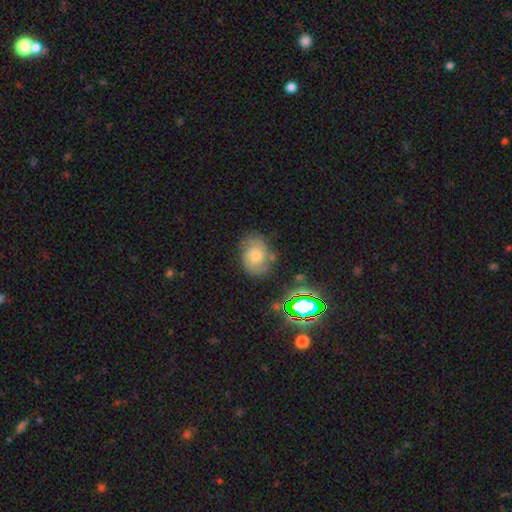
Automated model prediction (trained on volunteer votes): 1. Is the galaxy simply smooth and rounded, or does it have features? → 60% featured or disk, 24% smooth, 16% star or artifact.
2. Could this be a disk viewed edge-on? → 97% no, 3% yes.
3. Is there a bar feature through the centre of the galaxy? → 70% no, 25% weak, 4% strong.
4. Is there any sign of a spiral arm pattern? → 91% yes, 9% no.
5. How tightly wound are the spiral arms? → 48% tight, 40% medium, 12% loose.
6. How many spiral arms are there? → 62% 2, 20% can't tell, 10% 3, 4% 1, 2% 4, 2% more than 4.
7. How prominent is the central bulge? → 50% moderate, 39% small, 5% large, 4% none, 1% dominant.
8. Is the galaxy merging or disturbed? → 70% none, 20% minor disturbance, 7% major disturbance, 3% merger.